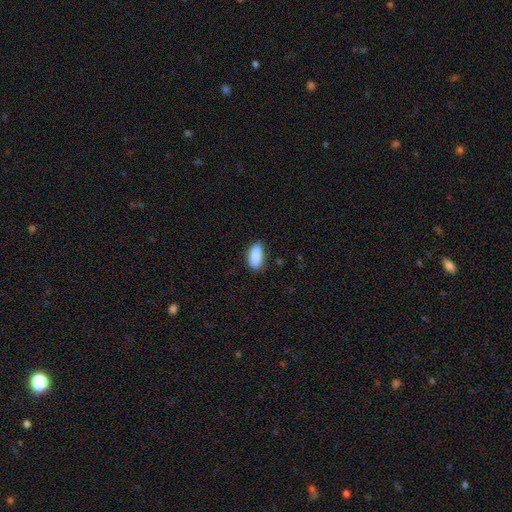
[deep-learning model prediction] Smooth or featured? Predicted: smooth (p=0.89). How rounded? Predicted: in between (p=0.83). Merging? Predicted: none (p=0.81).